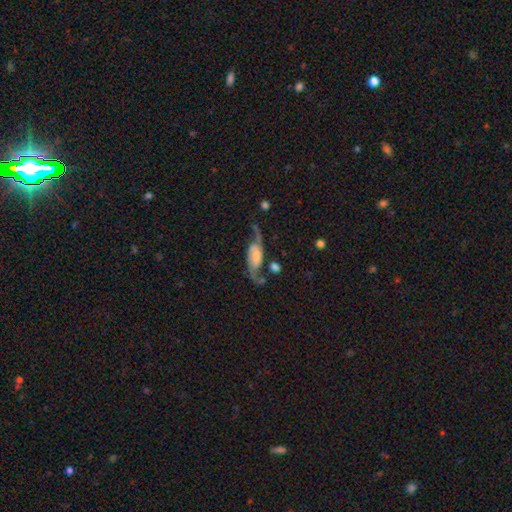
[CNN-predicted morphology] featured or disk 83%, smooth 11%, star or artifact 6%. Down the decision tree: edge-on disk — no (93%); bar — no (45%); spiral arms — yes (95%); spiral arm count — 2 (92%); spiral winding — loose (66%); bulge size — small (35%); merging — none (59%).